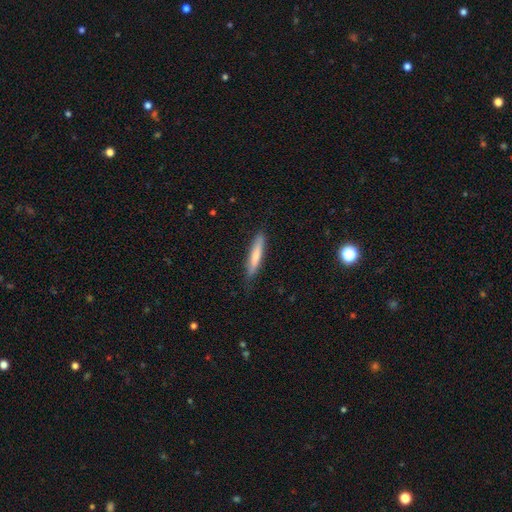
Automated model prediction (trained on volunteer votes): Smooth or featured? Predicted: smooth (p=0.68). How rounded? Predicted: cigar-shaped (p=0.88). Merging? Predicted: none (p=0.81).